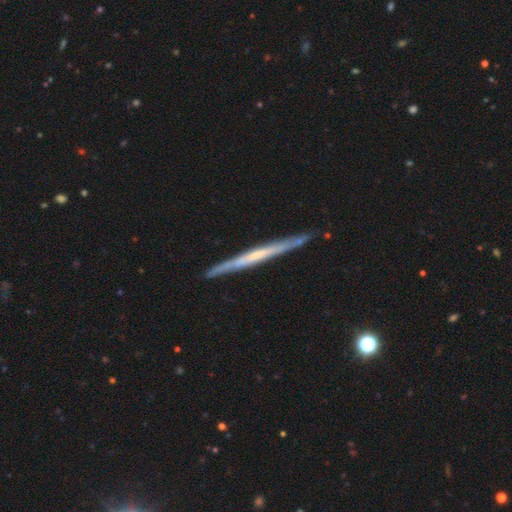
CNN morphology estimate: The model was most divided on "smooth or featured": featured or disk: 67%, smooth: 28%, star or artifact: 5%. More confident: edge-on disk — yes (97%); merging — none (89%); edge-on bulge — none (78%).